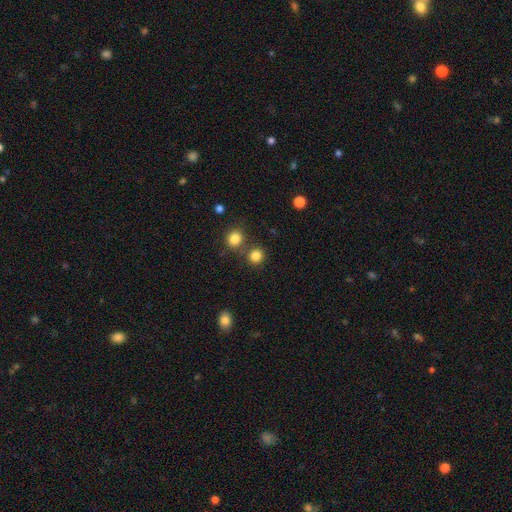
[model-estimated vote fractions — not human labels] smooth-or-featured: smooth: 82% | star or artifact: 13% | featured or disk: 4%
  how-rounded: round: 90% | in between: 9% | cigar-shaped: 1%
  merging: none: 75% | merger: 15% | minor disturbance: 7% | major disturbance: 3%